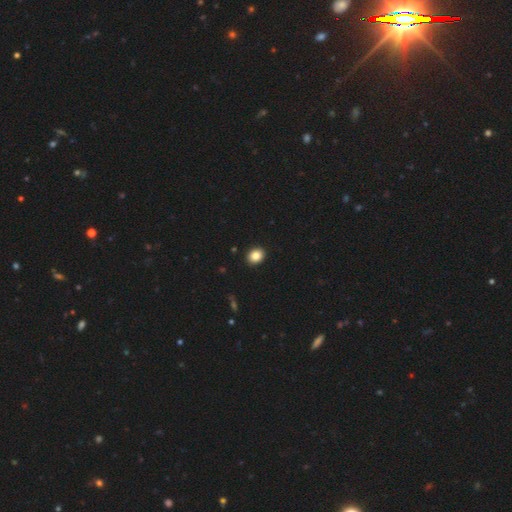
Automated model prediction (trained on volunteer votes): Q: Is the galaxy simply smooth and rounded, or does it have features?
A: smooth — 85%.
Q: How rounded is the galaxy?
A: round — 59%.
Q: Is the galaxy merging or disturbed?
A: none — 92%.